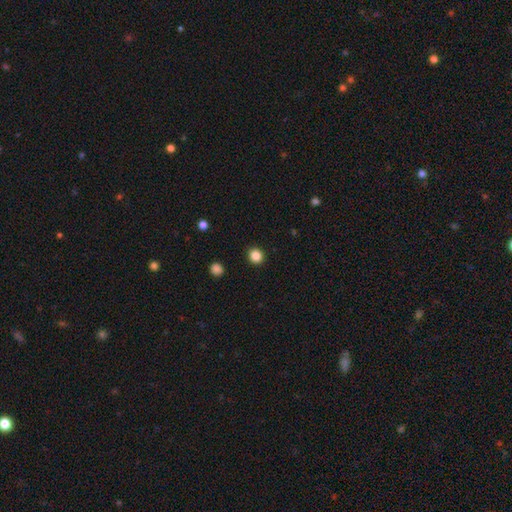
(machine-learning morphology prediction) This appears to be a smooth galaxy with no disk features (86%) that is round (82%). Merging: none (92%).